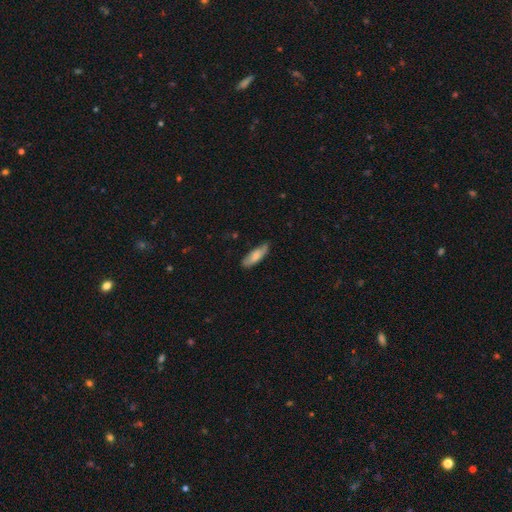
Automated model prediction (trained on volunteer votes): smooth-or-featured: smooth: 71% | featured or disk: 23% | star or artifact: 6%
  how-rounded: in between: 59% | cigar-shaped: 39% | round: 2%
  merging: none: 70% | minor disturbance: 25% | major disturbance: 4% | merger: 1%